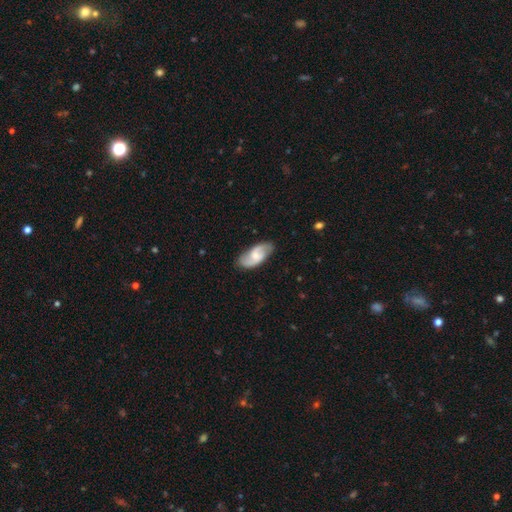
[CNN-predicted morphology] A featured or disk galaxy (70%) with no bar (47%), 2 (88%) medium (46%) spiral arms (93%) and a small central bulge (48%). Merging: none (80%).